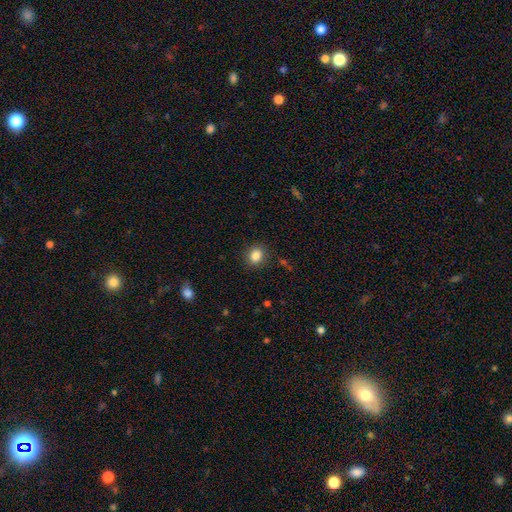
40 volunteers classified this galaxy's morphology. smooth_or_featured: smooth (p=0.95) [alt: featured or disk p=0.05]
how_rounded: round (p=0.79) [alt: in between p=0.21]
merging: none (p=1.00)